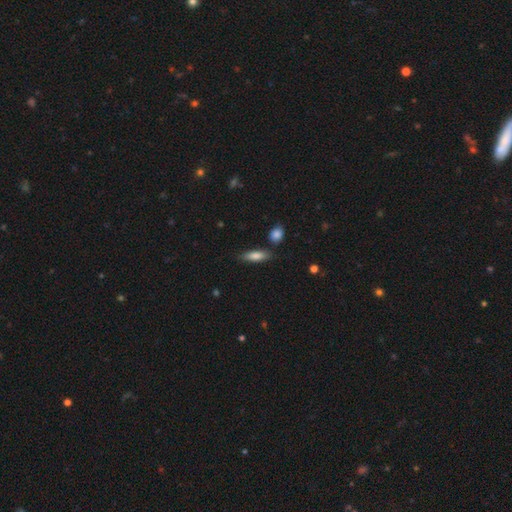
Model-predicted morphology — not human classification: Overall: smooth (80%). How rounded: cigar-shaped (51%; in between 47%). Merging: none (79%).